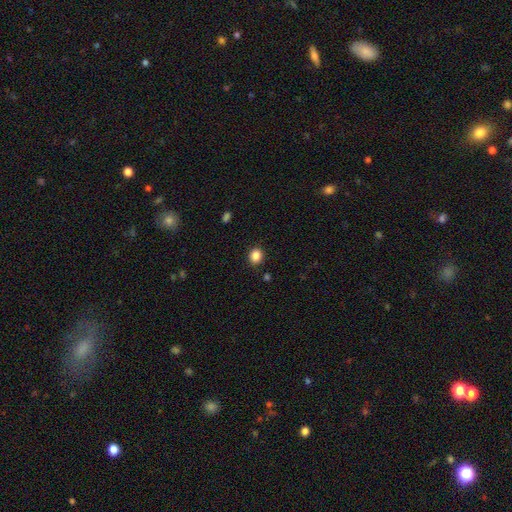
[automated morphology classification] The model was most divided on "how rounded": round: 58%, in between: 41%, cigar-shaped: 1%. More confident: merging — none (88%); smooth or featured — smooth (86%).